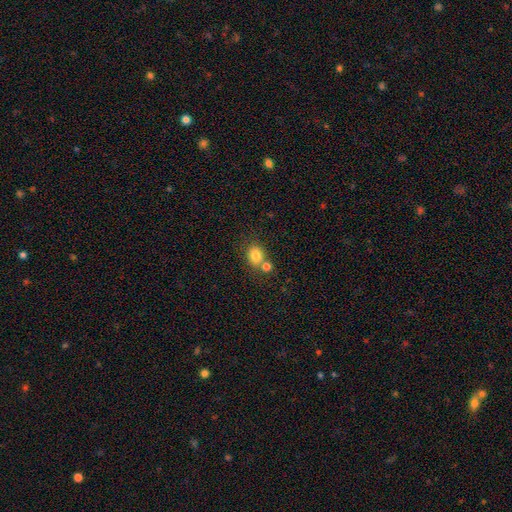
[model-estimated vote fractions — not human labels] This is clearly a smooth galaxy (81%). How rounded: likely round (62%). Merging: possibly none (56%).